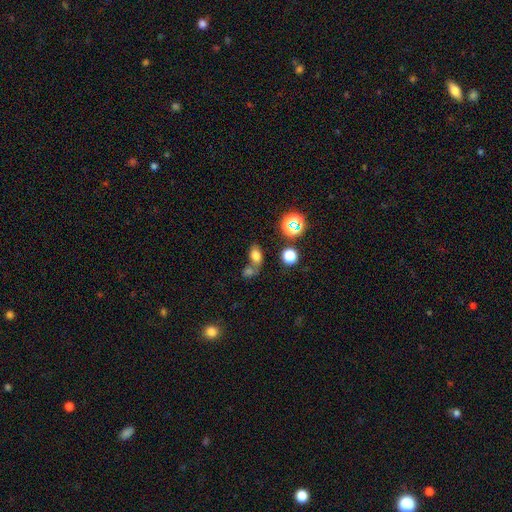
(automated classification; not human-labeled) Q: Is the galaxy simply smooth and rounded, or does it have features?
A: smooth — 72%.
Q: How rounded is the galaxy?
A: in between — 77%.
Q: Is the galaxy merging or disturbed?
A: none — 45%.